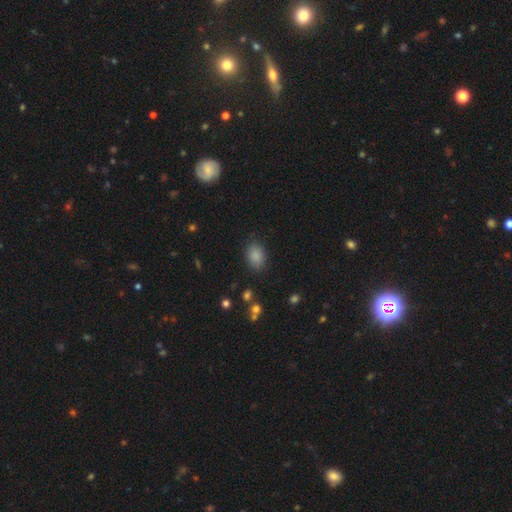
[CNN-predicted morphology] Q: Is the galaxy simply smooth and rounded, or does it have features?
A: smooth — 86%.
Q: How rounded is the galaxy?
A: in between — 72%.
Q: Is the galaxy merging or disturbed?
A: none — 82%.